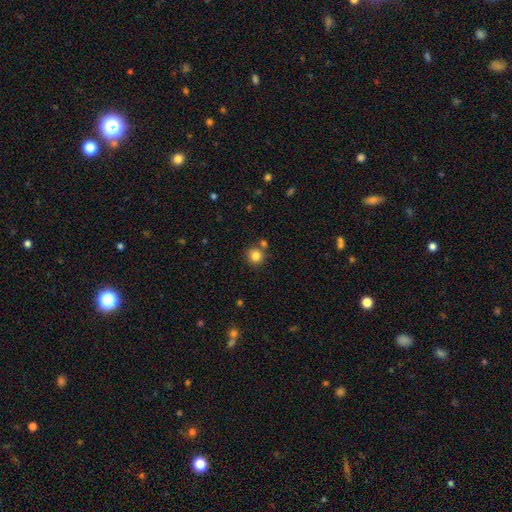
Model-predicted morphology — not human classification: This is clearly a smooth galaxy (83%). How rounded: clearly round (90%). Merging: likely none (75%).